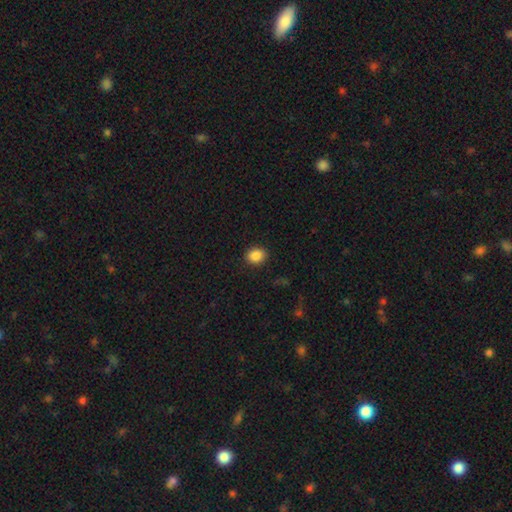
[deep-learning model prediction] This is clearly a smooth galaxy (87%). How rounded: possibly round (54%). Merging: clearly none (90%).